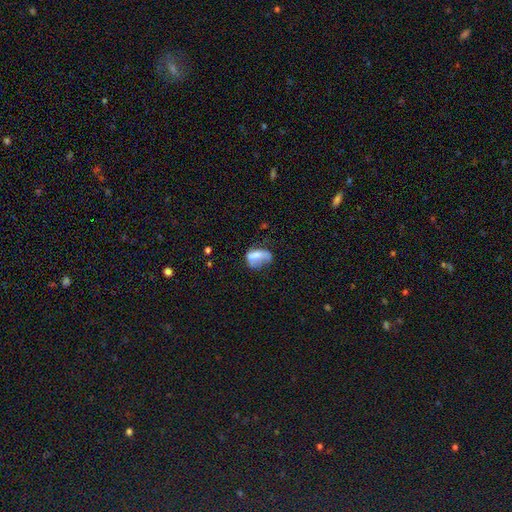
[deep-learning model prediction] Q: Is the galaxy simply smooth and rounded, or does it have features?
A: smooth — 55%.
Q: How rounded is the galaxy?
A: in between — 79%.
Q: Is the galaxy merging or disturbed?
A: major disturbance — 36%.